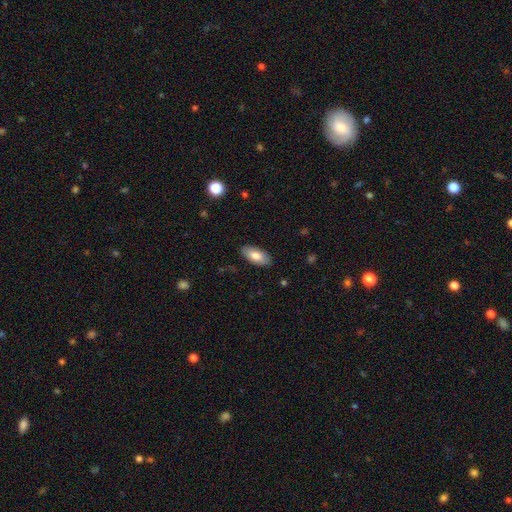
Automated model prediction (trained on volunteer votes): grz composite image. It shows a smooth galaxy with no disk features (77%) that is in between round and cigar-shaped (92%). Merging: none (88%).